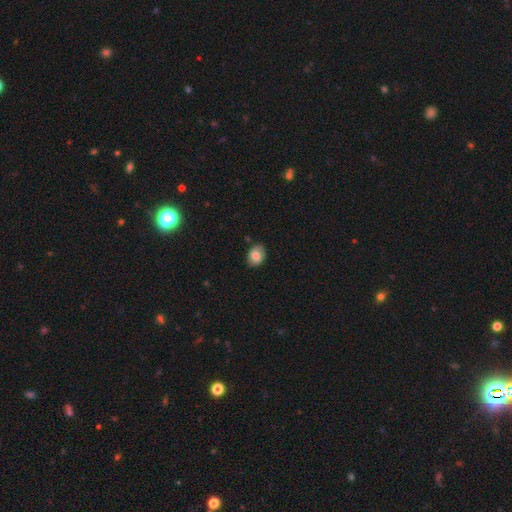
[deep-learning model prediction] Smooth or featured? Predicted: smooth (p=0.80). How rounded? Predicted: in between (p=0.70). Merging? Predicted: none (p=0.80).